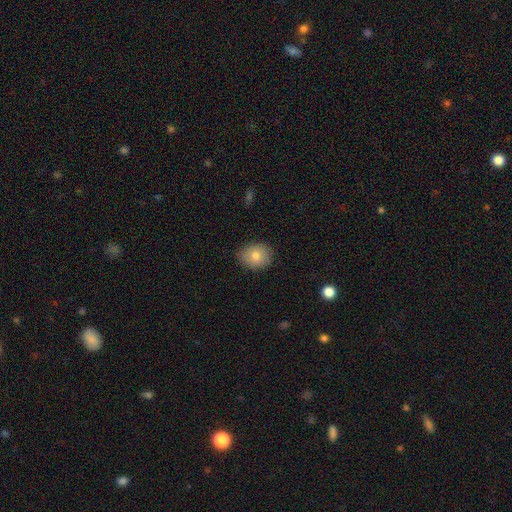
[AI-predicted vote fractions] Smooth or featured: smooth — 79% (featured or disk — 12%)
How rounded: round — 50% (in between — 49%)
Merging: none — 85% (minor disturbance — 11%)